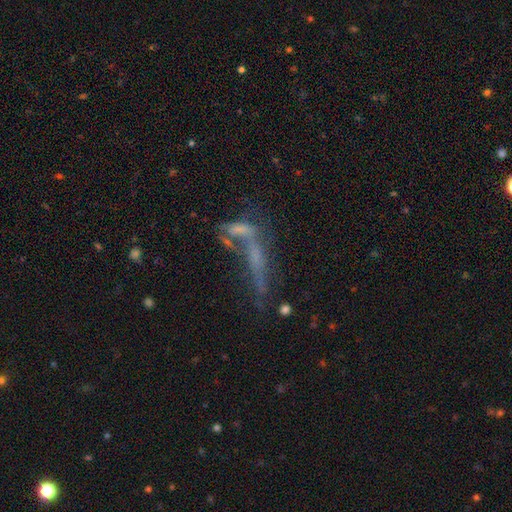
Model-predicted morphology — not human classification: The model was most divided on "smooth or featured": featured or disk: 44%, smooth: 38%, star or artifact: 18%. Remaining: merging — merger (41%).